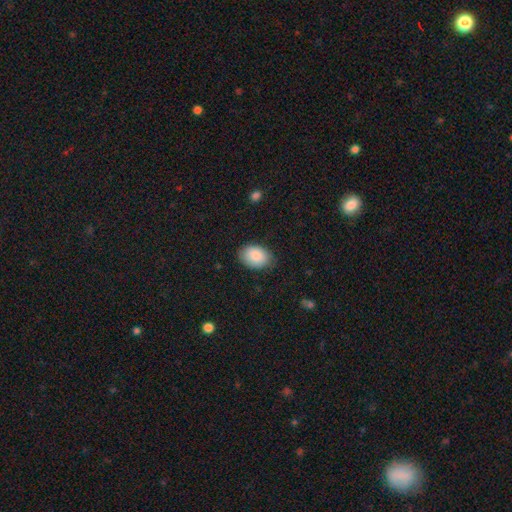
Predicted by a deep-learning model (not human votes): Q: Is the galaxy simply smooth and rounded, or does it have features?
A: smooth — 87%.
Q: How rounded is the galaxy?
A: in between — 82%.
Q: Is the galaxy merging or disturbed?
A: none — 81%.